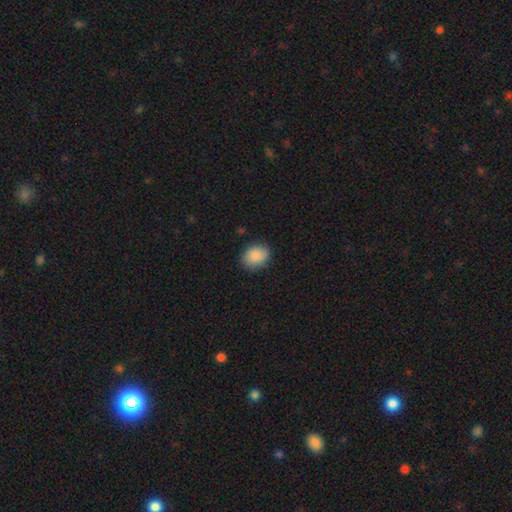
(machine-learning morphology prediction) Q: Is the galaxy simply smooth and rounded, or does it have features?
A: smooth — 86%.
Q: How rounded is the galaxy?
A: round — 53%.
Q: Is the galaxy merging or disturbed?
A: none — 84%.